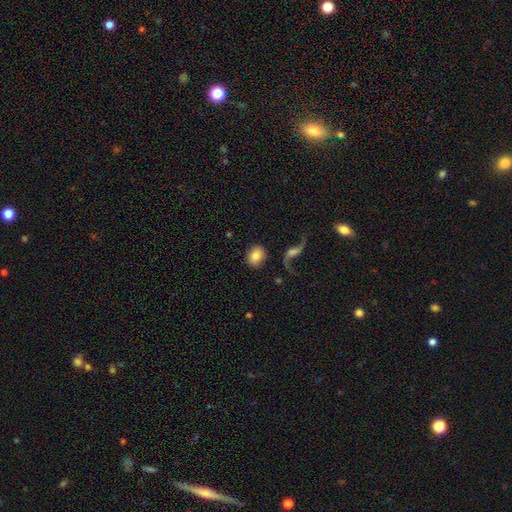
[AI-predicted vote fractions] This is likely a smooth galaxy (77%). How rounded: possibly in between (51%). Merging: clearly none (80%).